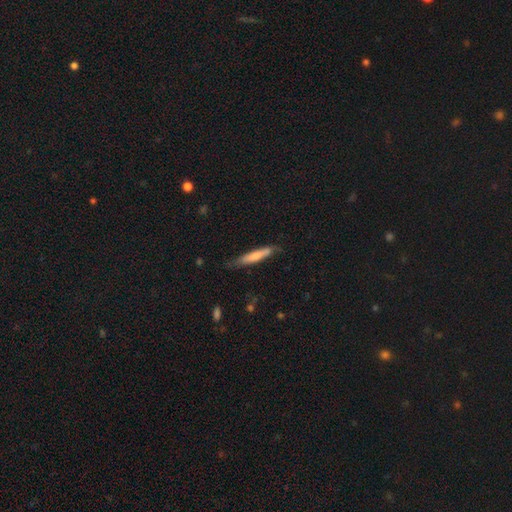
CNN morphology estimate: A smooth galaxy with no disk features (66%) that is cigar-shaped (90%).

Vote fractions:
- Smooth or featured? smooth: 66% / featured or disk: 29% / star or artifact: 5%
- How rounded? cigar-shaped: 90% / in between: 9% / round: 1%
- Merging? none: 71% / minor disturbance: 23% / major disturbance: 4% / merger: 2%